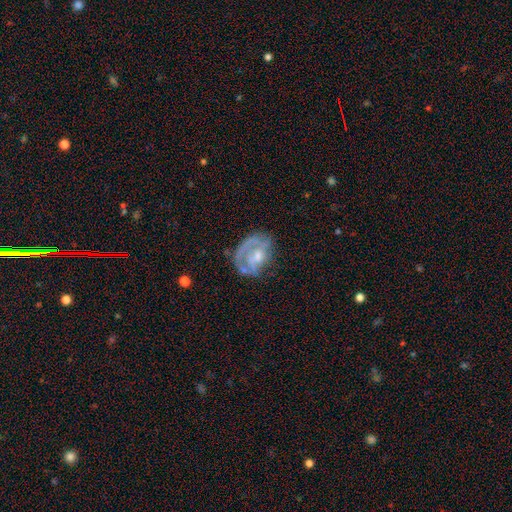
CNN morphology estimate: Smooth or featured?
  - featured or disk: 67% *
  - smooth: 26%
  - star or artifact: 7%
Edge-on disk?
  - no: 97% *
  - yes: 3%
Bar?
  - no: 70% *
  - weak: 25%
  - strong: 5%
Spiral arms?
  - yes: 62% *
  - no: 38%
Bulge size?
  - moderate: 48% *
  - small: 33%
  - none: 12%
  - large: 6%
  - dominant: 1%
Merging?
  - none: 49% *
  - minor disturbance: 25%
  - major disturbance: 23%
  - merger: 4%